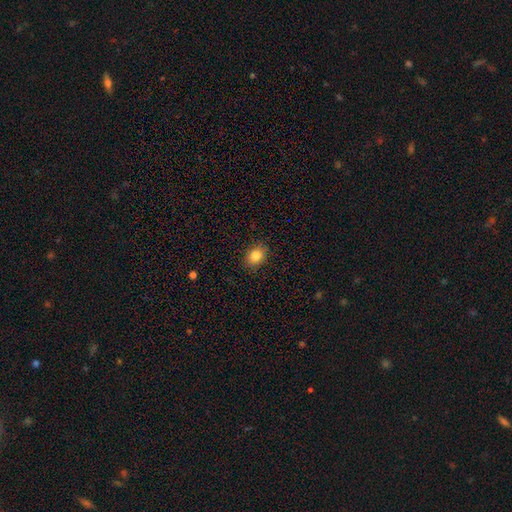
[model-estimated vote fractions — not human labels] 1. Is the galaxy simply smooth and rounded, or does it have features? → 84% smooth, 10% star or artifact, 6% featured or disk.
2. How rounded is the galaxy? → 55% in between, 44% round, 1% cigar-shaped.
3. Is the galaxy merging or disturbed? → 88% none, 9% minor disturbance, 2% major disturbance, 1% merger.